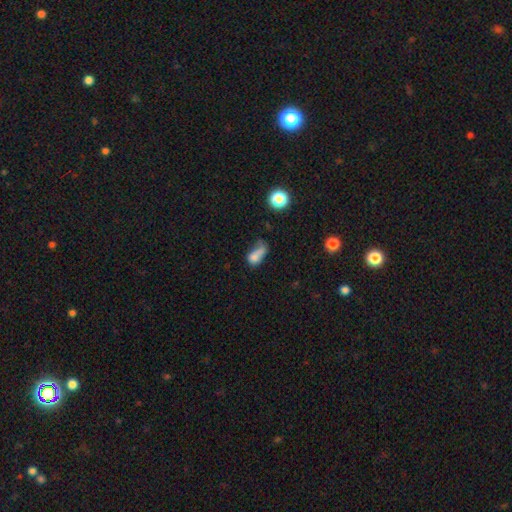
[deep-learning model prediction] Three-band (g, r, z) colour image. It shows a smooth galaxy with no disk features (67%) that is in between round and cigar-shaped (72%). Merging: merger (34%).